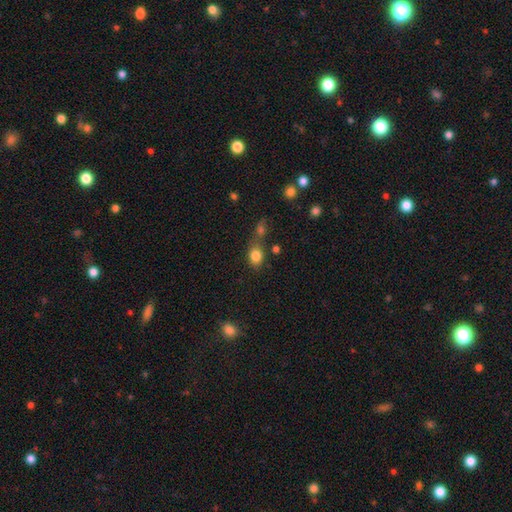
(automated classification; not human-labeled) A smooth galaxy with no disk features (82%) that is in between round and cigar-shaped (52%). Merging: none (52%).